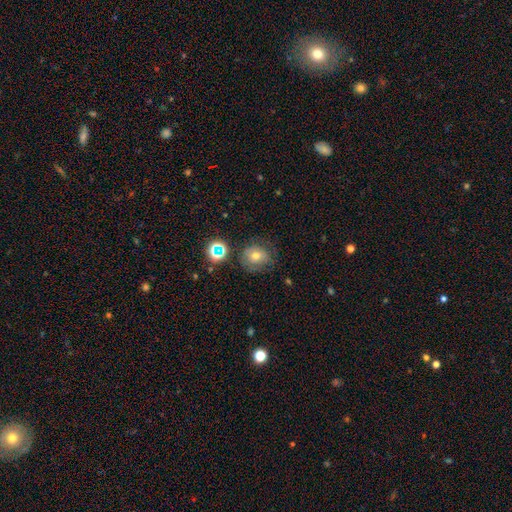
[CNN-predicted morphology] A smooth galaxy with no disk features (58%) that is round (77%). Merging: none (64%).